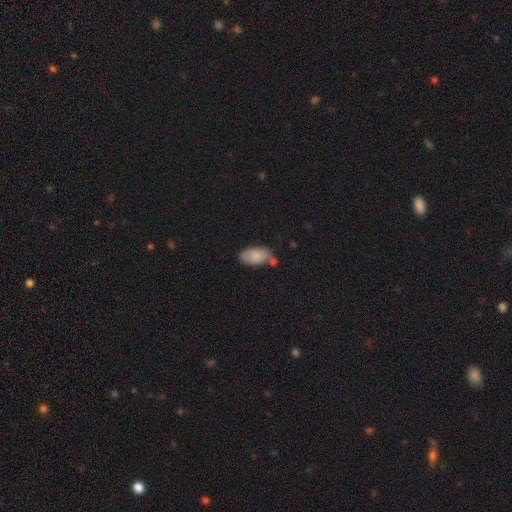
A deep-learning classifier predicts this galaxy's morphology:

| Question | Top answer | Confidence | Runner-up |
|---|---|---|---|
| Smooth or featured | smooth | 83% | featured or disk (10%) |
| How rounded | in between | 94% | round (3%) |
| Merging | none | 57% | minor disturbance (23%) |